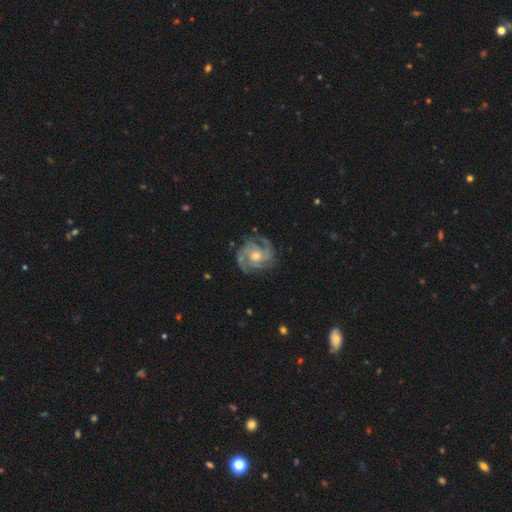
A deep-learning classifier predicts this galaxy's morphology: Overall: featured or disk (89%). Edge-on disk: no (98%). Bar: no (72%). Spiral arms: yes (97%). Spiral arm count: 3 (44%; 2 17%). Spiral winding: tight (58%; medium 36%). Bulge size: moderate (71%). Merging: none (77%).